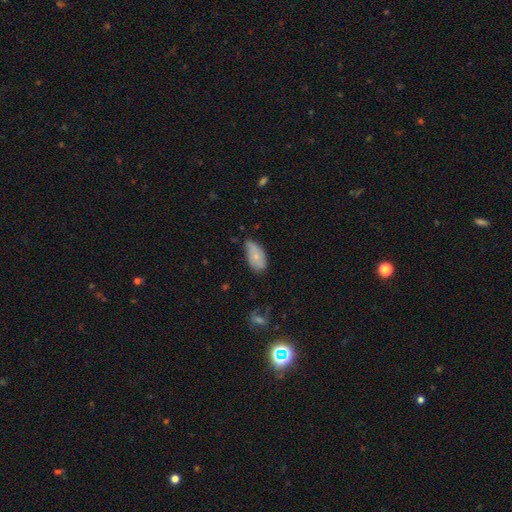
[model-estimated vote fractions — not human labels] smooth 70%, featured or disk 23%, star or artifact 7%. Down the decision tree: how rounded — in between (93%); merging — minor disturbance (44%).